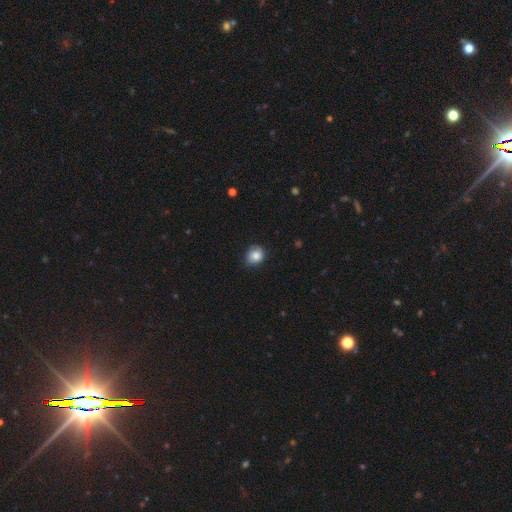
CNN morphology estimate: Q: Smooth or featured?
A: smooth (83%); runner-up: star or artifact (9%)
Q: How rounded?
A: round (74%); runner-up: in between (25%)
Q: Merging?
A: none (70%); runner-up: minor disturbance (24%)